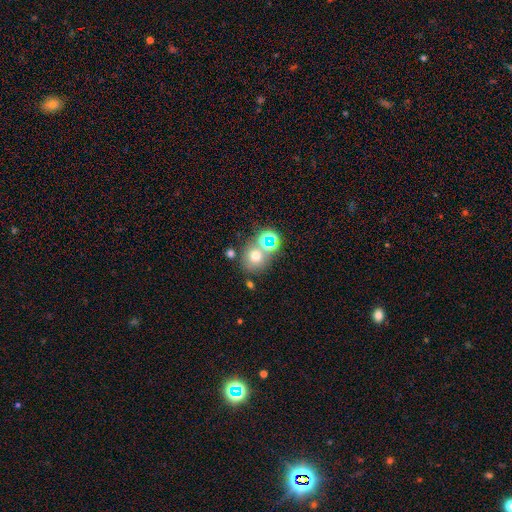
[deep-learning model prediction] smooth 64%, star or artifact 22%, featured or disk 13%. Down the decision tree: how rounded — round (79%); merging — none (56%).